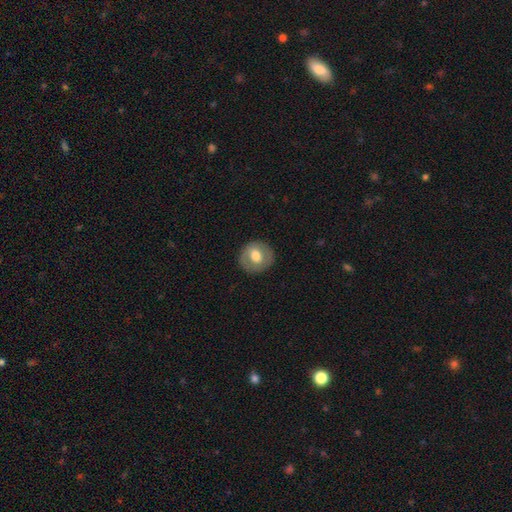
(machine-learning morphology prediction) Q: Smooth or featured?
A: smooth (60%); runner-up: featured or disk (34%)
Q: How rounded?
A: round (84%); runner-up: in between (15%)
Q: Merging?
A: none (86%); runner-up: minor disturbance (10%)